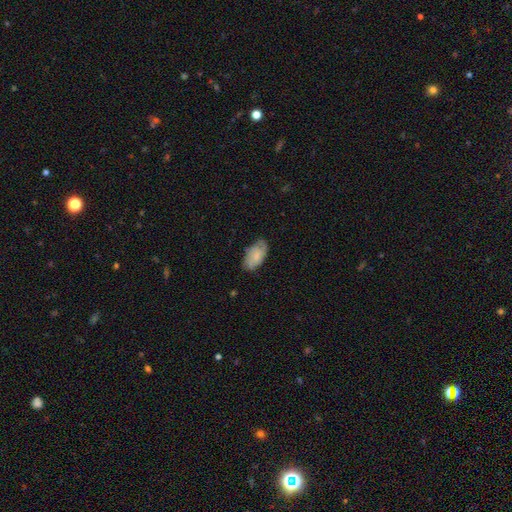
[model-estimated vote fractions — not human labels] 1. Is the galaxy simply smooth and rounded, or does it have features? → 71% smooth, 22% featured or disk, 7% star or artifact.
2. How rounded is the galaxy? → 94% in between, 3% cigar-shaped, 3% round.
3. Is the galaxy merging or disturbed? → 70% none, 24% minor disturbance, 5% major disturbance, 1% merger.